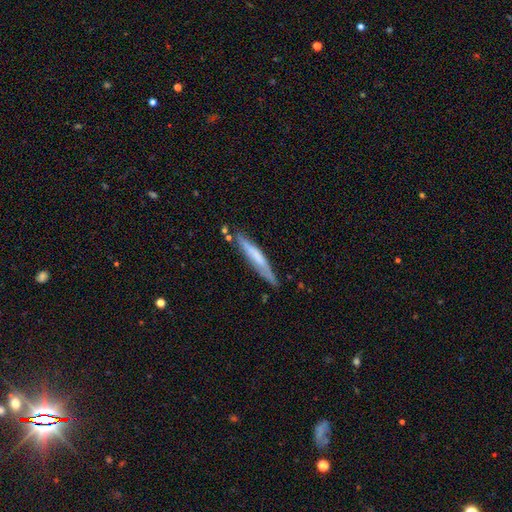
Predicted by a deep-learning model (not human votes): smooth_or_featured: smooth (p=0.50) [alt: featured or disk p=0.44]
how_rounded: cigar-shaped (p=0.94) [alt: in between p=0.05]
merging: none (p=0.79) [alt: minor disturbance p=0.16]